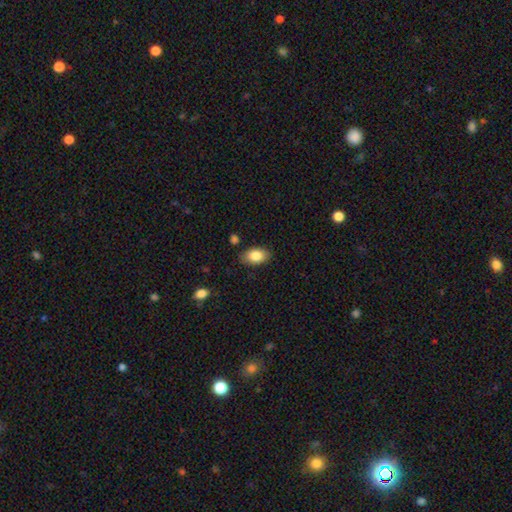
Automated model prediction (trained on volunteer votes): smooth-or-featured: smooth: 84% | featured or disk: 9% | star or artifact: 7%
  how-rounded: in between: 91% | round: 7% | cigar-shaped: 2%
  merging: none: 85% | minor disturbance: 11% | major disturbance: 2% | merger: 2%